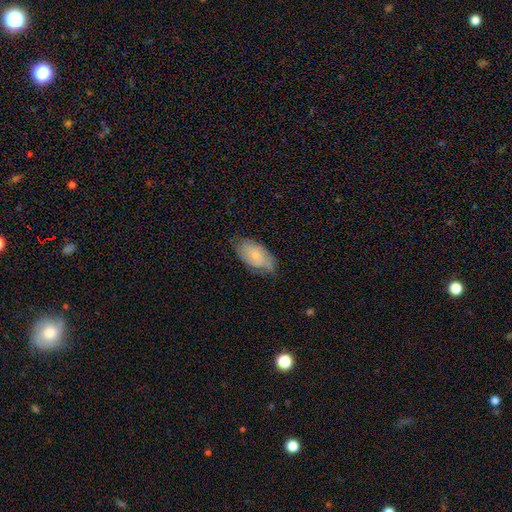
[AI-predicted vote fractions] A smooth galaxy with no disk features (56%) that is in between round and cigar-shaped (93%). Merging: none (67%).